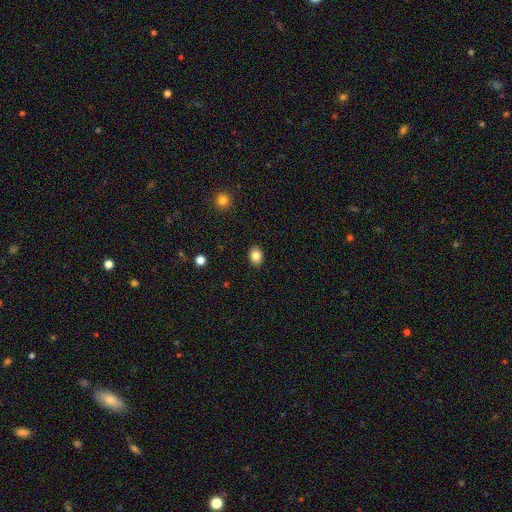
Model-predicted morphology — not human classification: Smooth or featured?
  - smooth: 85% *
  - star or artifact: 9%
  - featured or disk: 6%
How rounded?
  - in between: 62% *
  - round: 38%
  - cigar-shaped: 1%
Merging?
  - none: 89% *
  - minor disturbance: 8%
  - major disturbance: 2%
  - merger: 1%